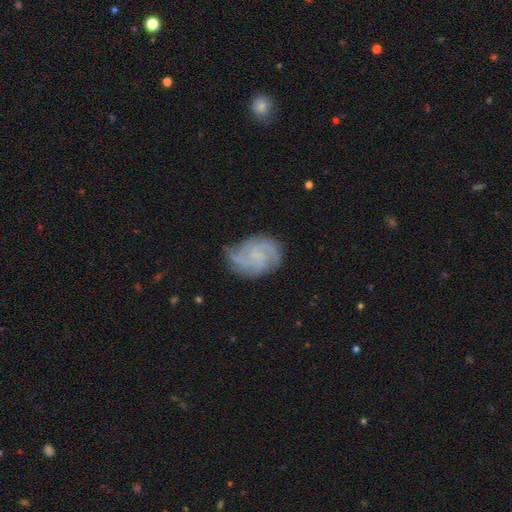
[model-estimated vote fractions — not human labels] Morphology: type=featured or disk (80%); edge-on=no (98%); bar=no (62%); spiral arms=yes (96%); winding=tight (48%); arm count=3 (34%); bulge=small (51%); merging=none (71%).